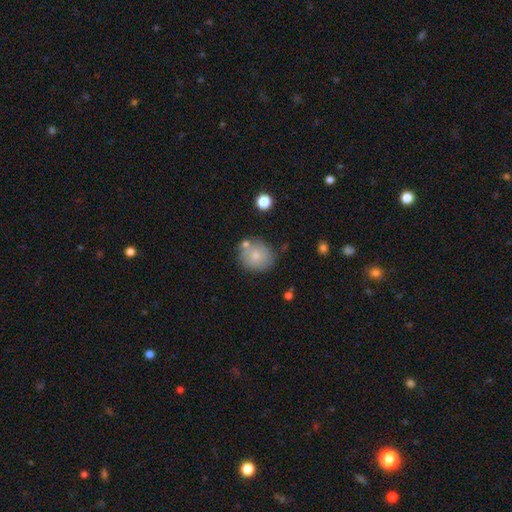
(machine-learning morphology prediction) A smooth galaxy with no disk features (73%) that is round (85%). Merging: none (71%).